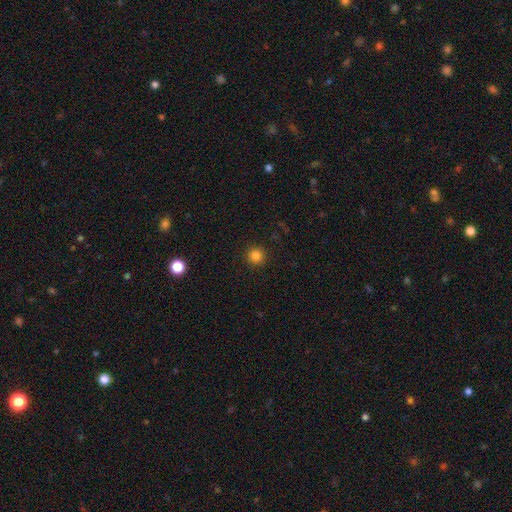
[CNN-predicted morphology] This is clearly a smooth galaxy (83%). How rounded: clearly round (95%). Merging: clearly none (92%).